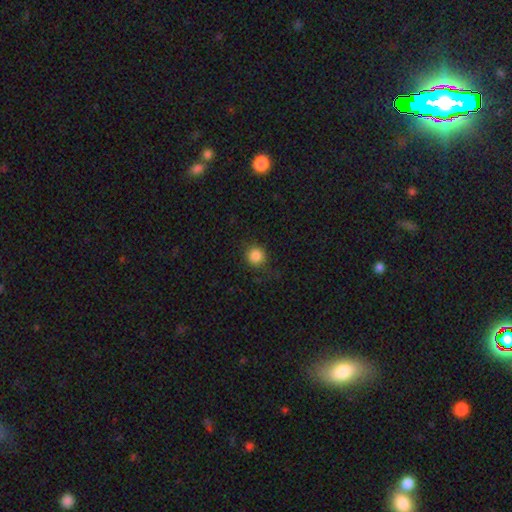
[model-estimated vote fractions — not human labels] Morphology: type=smooth (85%); roundness=round (91%); merging=none (81%).